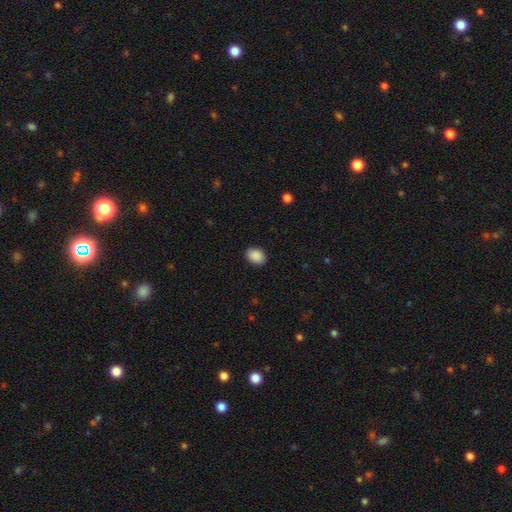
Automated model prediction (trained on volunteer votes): Overall: smooth (90%). How rounded: in between (70%). Merging: none (89%).